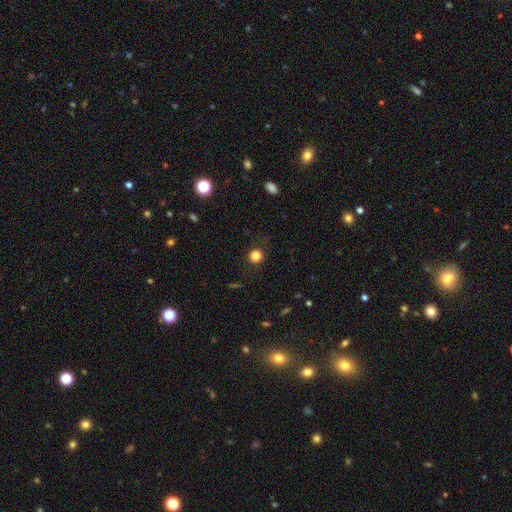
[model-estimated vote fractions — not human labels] smooth_or_featured: smooth (p=0.83) [alt: star or artifact p=0.12]
how_rounded: round (p=0.91) [alt: in between p=0.08]
merging: none (p=0.87) [alt: minor disturbance p=0.08]